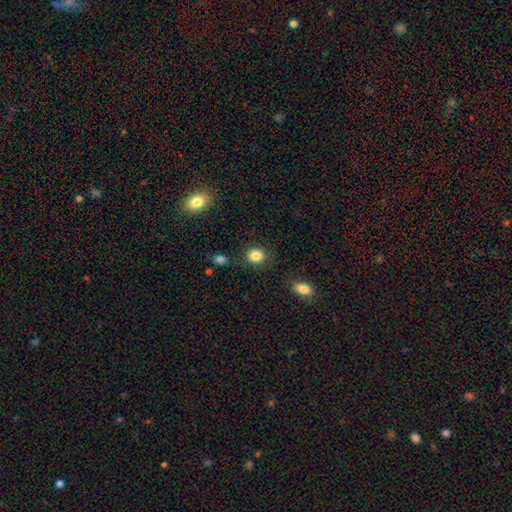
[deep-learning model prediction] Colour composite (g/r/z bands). It shows a smooth galaxy with no disk features (85%) that is round (72%). Merging: none (85%).